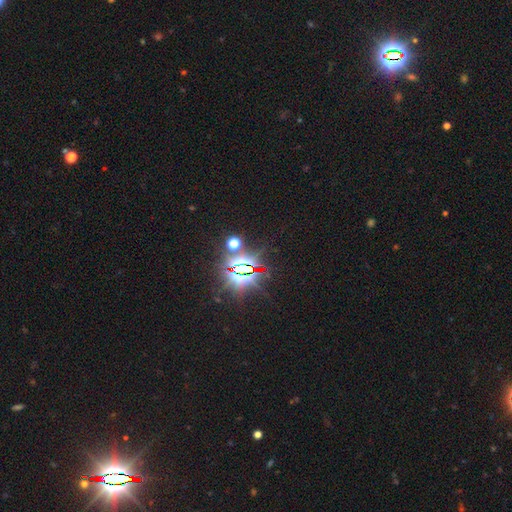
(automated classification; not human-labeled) Smooth or featured? Predicted: star or artifact (p=0.86).